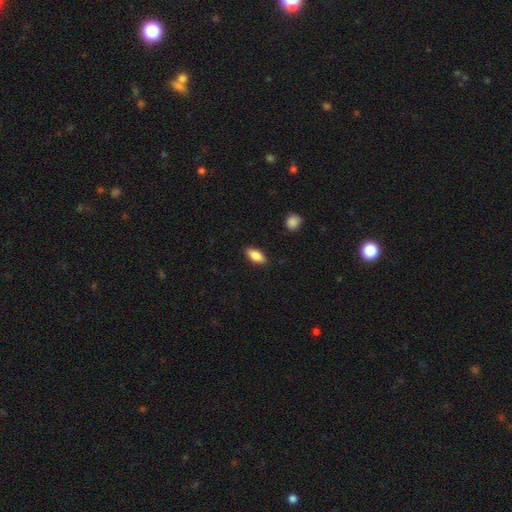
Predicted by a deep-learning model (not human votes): Smooth or featured: smooth — 84% (featured or disk — 9%)
How rounded: in between — 87% (cigar-shaped — 10%)
Merging: none — 87% (minor disturbance — 10%)